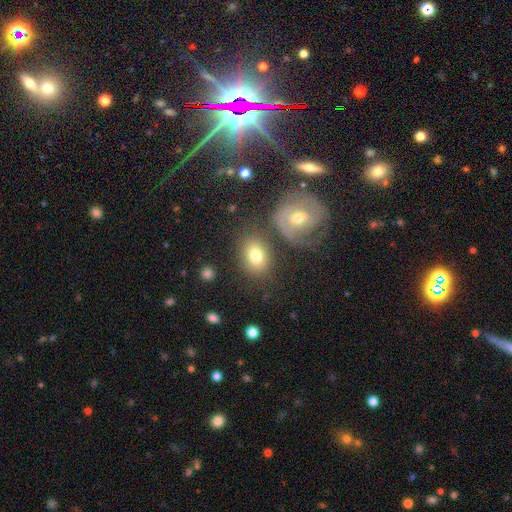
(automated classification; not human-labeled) A smooth galaxy with no disk features (72%) that is in between round and cigar-shaped (66%).

Vote fractions:
- Smooth or featured? smooth: 72% / featured or disk: 19% / star or artifact: 9%
- How rounded? in between: 66% / round: 33% / cigar-shaped: 1%
- Merging? none: 65% / merger: 15% / minor disturbance: 14% / major disturbance: 6%